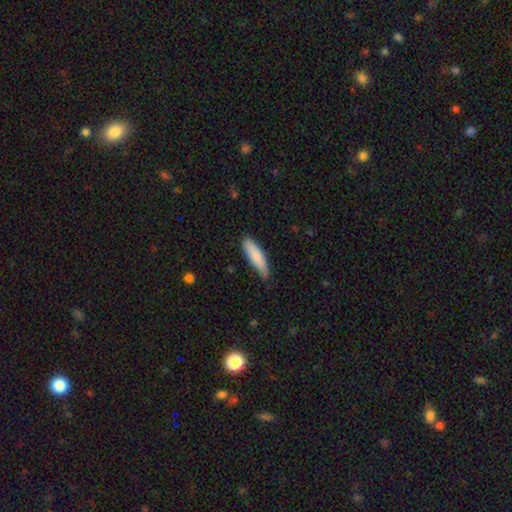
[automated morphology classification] A smooth galaxy with no disk features (86%) that is cigar-shaped (65%). Merging: none (73%).